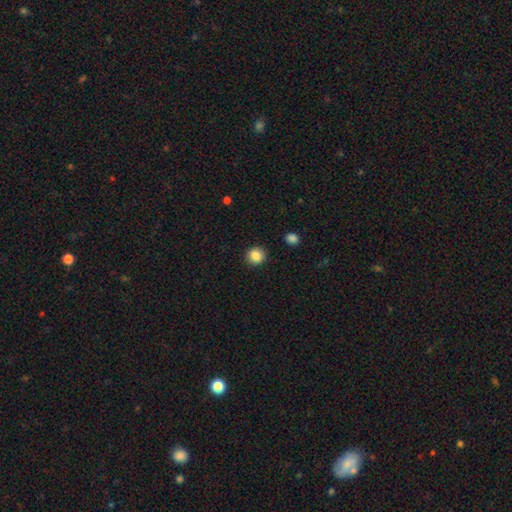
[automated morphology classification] Smooth or featured? smooth (87%)
How rounded? round (89%)
Merging? none (90%)